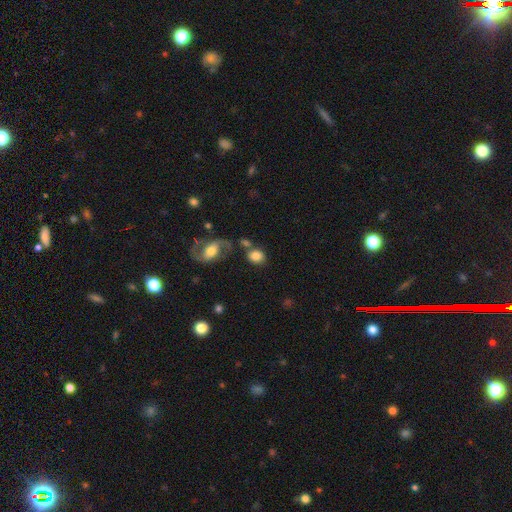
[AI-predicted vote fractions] This is likely a smooth galaxy (77%). How rounded: possibly round (57%). Merging: possibly none (59%).